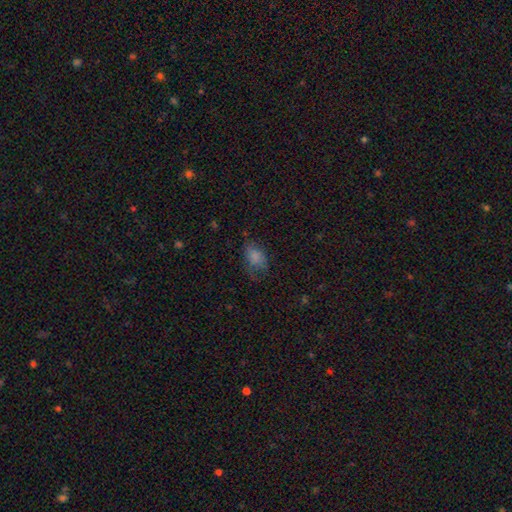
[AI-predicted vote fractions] This is likely a smooth galaxy (71%). How rounded: likely in between (80%). Merging: possibly none (58%).